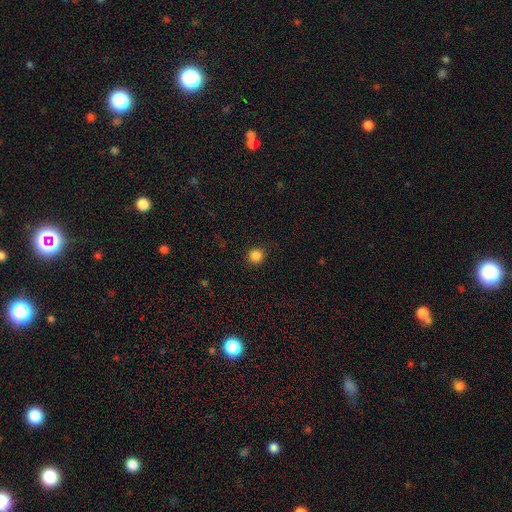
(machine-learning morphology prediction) Q: Smooth or featured?
A: smooth (86%); runner-up: star or artifact (11%)
Q: How rounded?
A: round (92%); runner-up: in between (7%)
Q: Merging?
A: none (91%); runner-up: minor disturbance (6%)